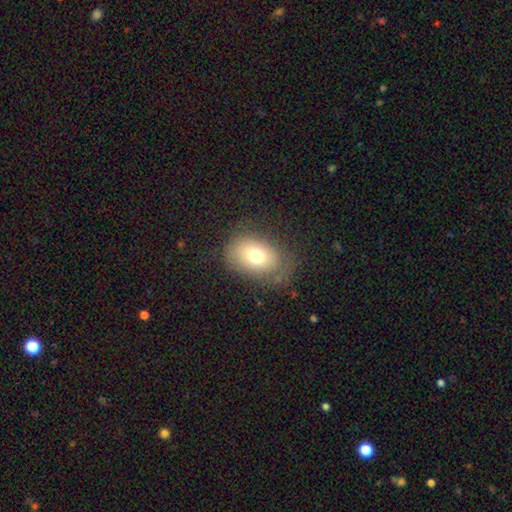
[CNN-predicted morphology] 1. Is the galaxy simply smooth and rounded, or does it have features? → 72% smooth, 17% featured or disk, 11% star or artifact.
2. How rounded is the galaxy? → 77% in between, 21% round, 1% cigar-shaped.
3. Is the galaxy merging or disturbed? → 69% none, 20% minor disturbance, 10% major disturbance, 1% merger.